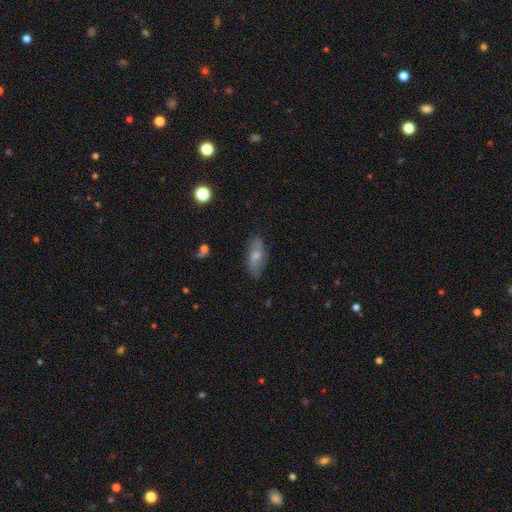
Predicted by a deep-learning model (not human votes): Smooth or featured?
  - smooth: 60% *
  - featured or disk: 32%
  - star or artifact: 8%
How rounded?
  - in between: 79% *
  - cigar-shaped: 17%
  - round: 4%
Merging?
  - none: 78% *
  - minor disturbance: 17%
  - major disturbance: 4%
  - merger: 2%